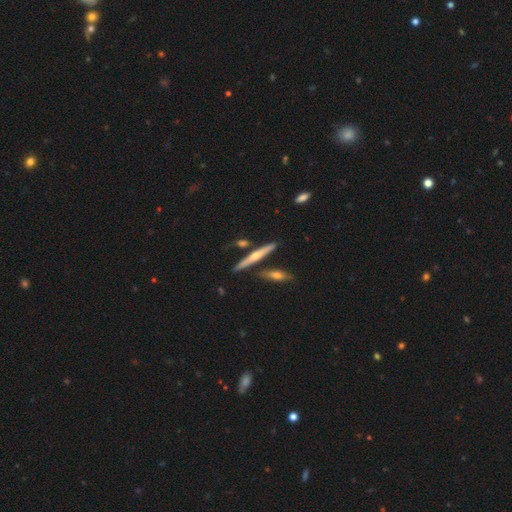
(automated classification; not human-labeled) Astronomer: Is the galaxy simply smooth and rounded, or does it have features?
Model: featured or disk — 61%.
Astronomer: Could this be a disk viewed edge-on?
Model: yes — 95%.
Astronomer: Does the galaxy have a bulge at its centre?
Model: rounded — 81%.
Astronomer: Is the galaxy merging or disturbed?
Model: none — 78%.